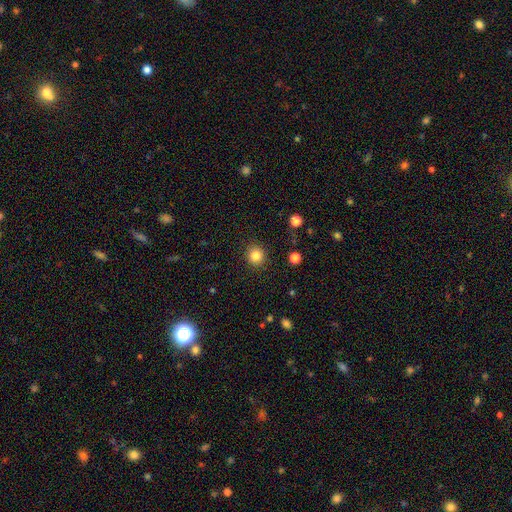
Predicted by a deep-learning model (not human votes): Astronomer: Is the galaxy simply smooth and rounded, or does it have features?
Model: smooth — 84%.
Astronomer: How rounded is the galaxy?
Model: round — 90%.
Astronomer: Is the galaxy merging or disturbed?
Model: none — 90%.